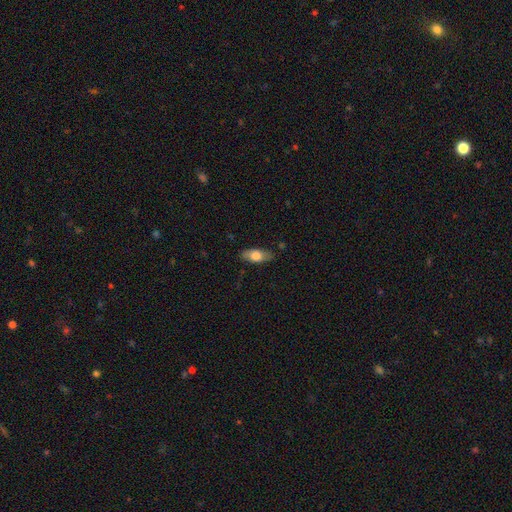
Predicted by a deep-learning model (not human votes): smooth-or-featured: smooth: 70% | featured or disk: 24% | star or artifact: 6%
  how-rounded: in between: 83% | cigar-shaped: 13% | round: 4%
  merging: none: 81% | minor disturbance: 15% | major disturbance: 3% | merger: 1%